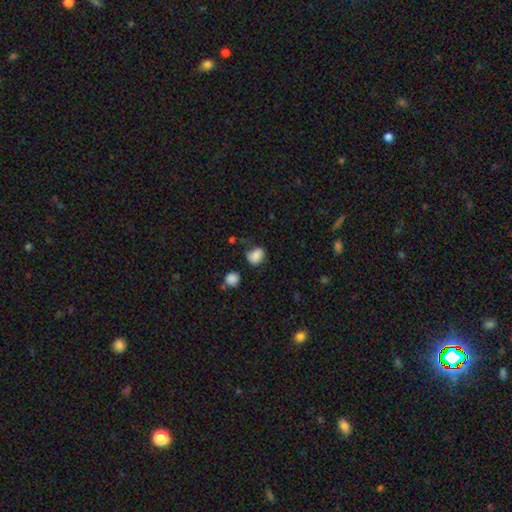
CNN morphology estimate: smooth-or-featured: smooth: 82% | star or artifact: 10% | featured or disk: 8%
  how-rounded: in between: 60% | round: 39% | cigar-shaped: 1%
  merging: none: 55% | minor disturbance: 29% | major disturbance: 11% | merger: 5%